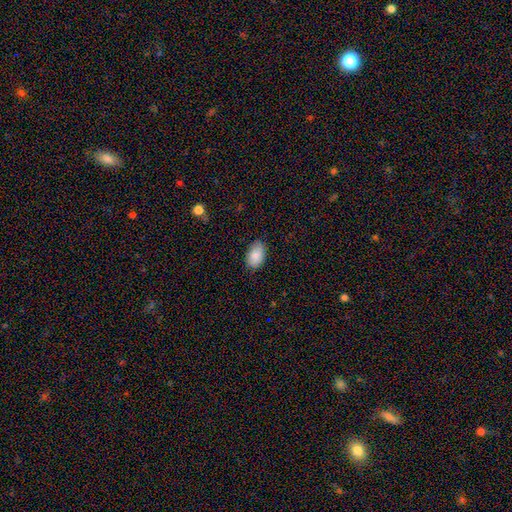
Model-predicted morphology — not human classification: smooth_or_featured: smooth (p=0.87) [alt: star or artifact p=0.07]
how_rounded: in between (p=0.92) [alt: round p=0.07]
merging: none (p=0.83) [alt: minor disturbance p=0.14]